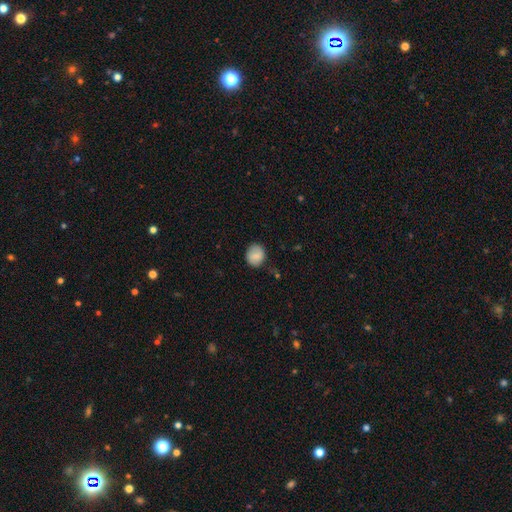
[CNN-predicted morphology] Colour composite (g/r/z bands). It shows a smooth galaxy with no disk features (81%) that is round (70%). Merging: none (77%).